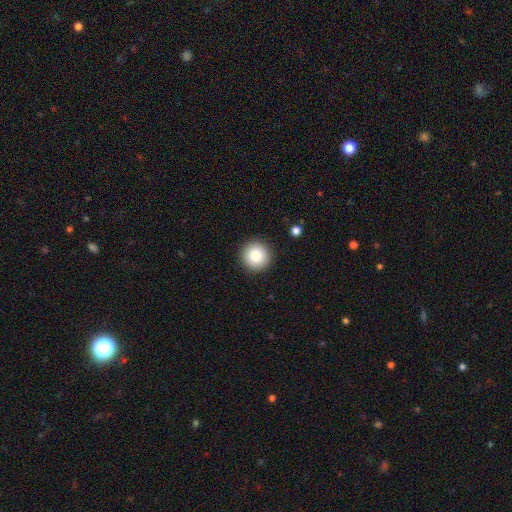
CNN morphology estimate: smooth 85%, star or artifact 9%, featured or disk 6%. Down the decision tree: how rounded — round (96%); merging — none (92%).